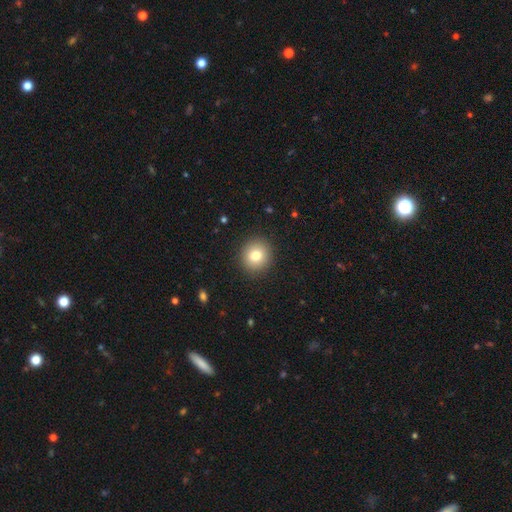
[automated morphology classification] This is likely a smooth galaxy (79%). How rounded: clearly round (89%). Merging: clearly none (91%).